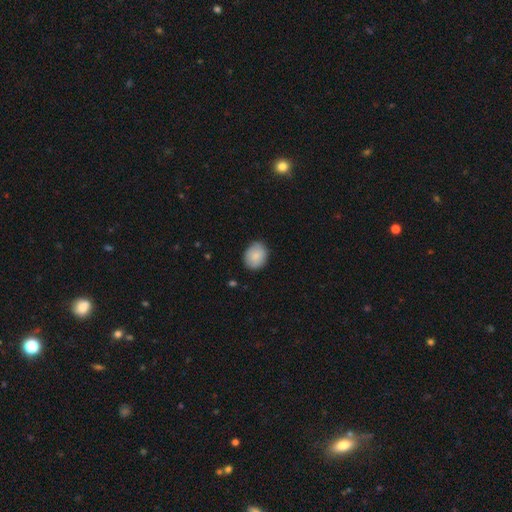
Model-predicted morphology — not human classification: Overall: smooth (86%). How rounded: round (54%; in between 45%). Merging: none (84%).